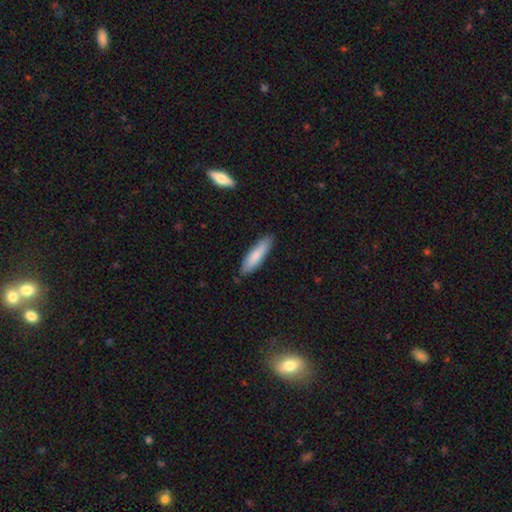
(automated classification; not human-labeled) Morphology: type=smooth (82%); roundness=cigar-shaped (70%); merging=none (84%).